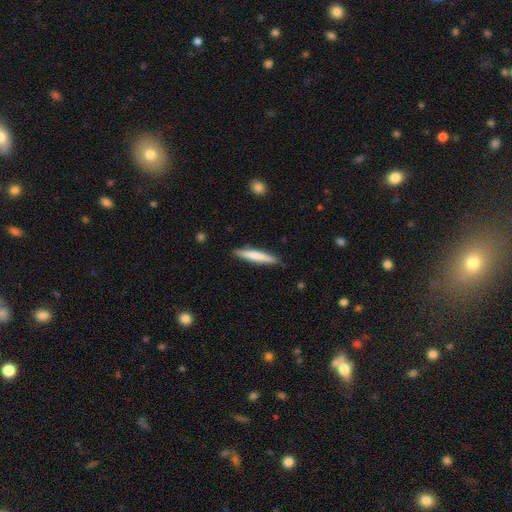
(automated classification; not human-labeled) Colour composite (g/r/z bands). It shows a smooth galaxy with no disk features (70%) that is cigar-shaped (92%). Merging: none (88%).